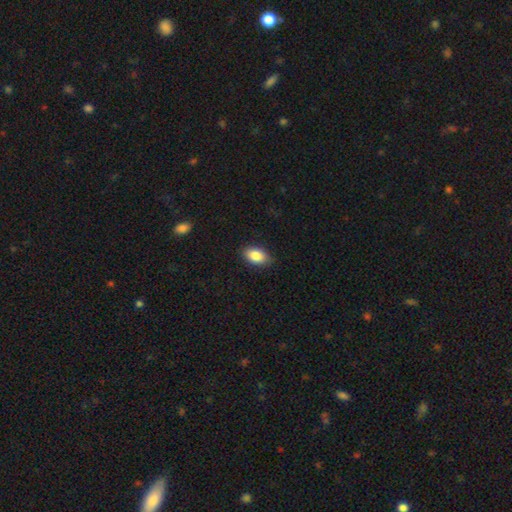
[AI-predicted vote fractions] This is clearly a smooth galaxy (85%). How rounded: clearly in between (91%). Merging: clearly none (86%).